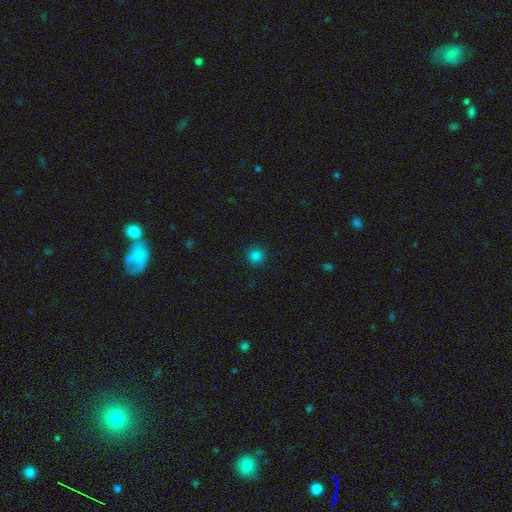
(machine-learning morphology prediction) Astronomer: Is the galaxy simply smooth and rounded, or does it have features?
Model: smooth — 83%.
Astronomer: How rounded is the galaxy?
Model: round — 93%.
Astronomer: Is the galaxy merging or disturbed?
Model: none — 91%.